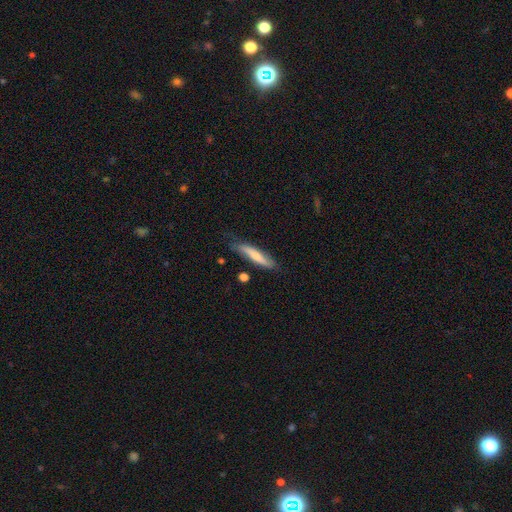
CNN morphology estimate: smooth_or_featured: smooth (p=0.62) [alt: featured or disk p=0.32]
how_rounded: cigar-shaped (p=0.83) [alt: in between p=0.15]
merging: none (p=0.69) [alt: minor disturbance p=0.23]